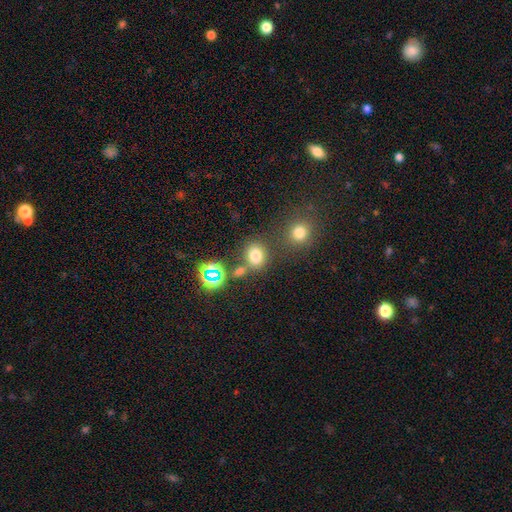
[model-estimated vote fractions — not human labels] A smooth galaxy with no disk features (74%) that is round (61%). Merging: none (65%).